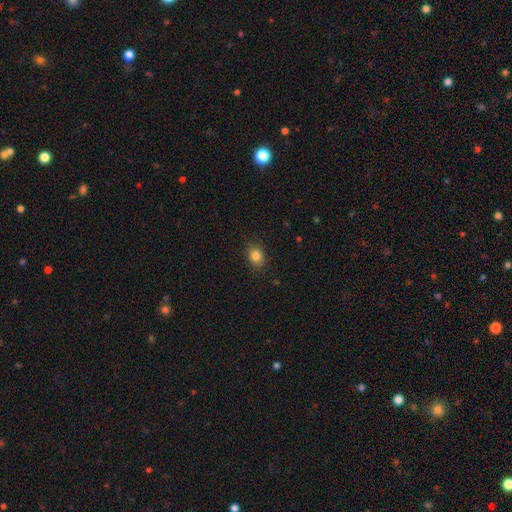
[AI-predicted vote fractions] smooth_or_featured: smooth (p=0.85) [alt: star or artifact p=0.10]
how_rounded: in between (p=0.57) [alt: round p=0.42]
merging: none (p=0.87) [alt: minor disturbance p=0.10]